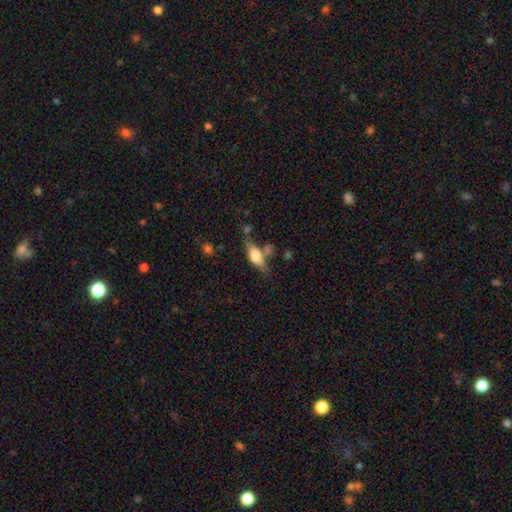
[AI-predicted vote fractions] Smooth or featured? smooth (56%)
How rounded? in between (65%)
Merging? none (59%)